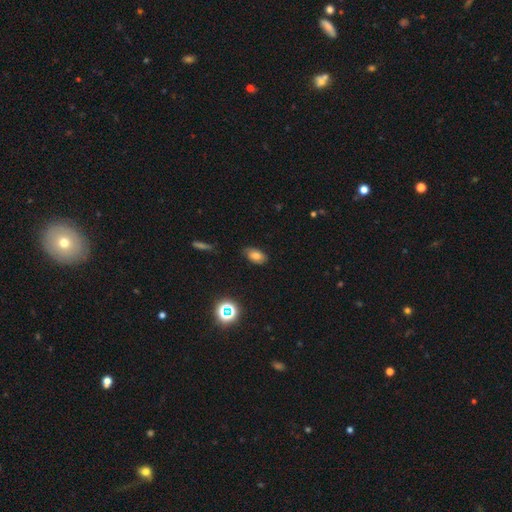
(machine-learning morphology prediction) smooth-or-featured: smooth: 74% | star or artifact: 14% | featured or disk: 12%
  how-rounded: in between: 90% | round: 8% | cigar-shaped: 2%
  merging: none: 81% | minor disturbance: 15% | major disturbance: 3% | merger: 1%